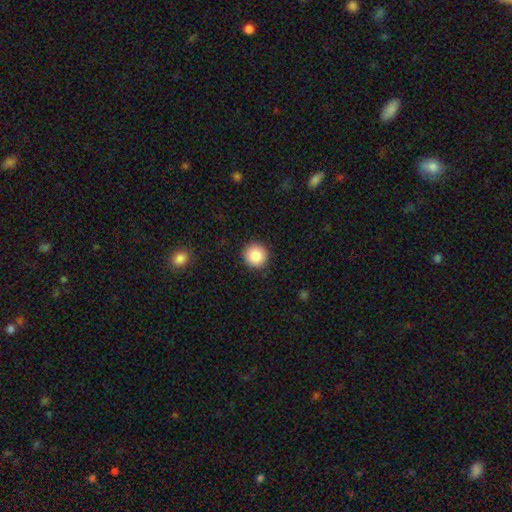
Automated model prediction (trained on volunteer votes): smooth 85%, star or artifact 9%, featured or disk 6%. Down the decision tree: how rounded — round (95%); merging — none (92%).